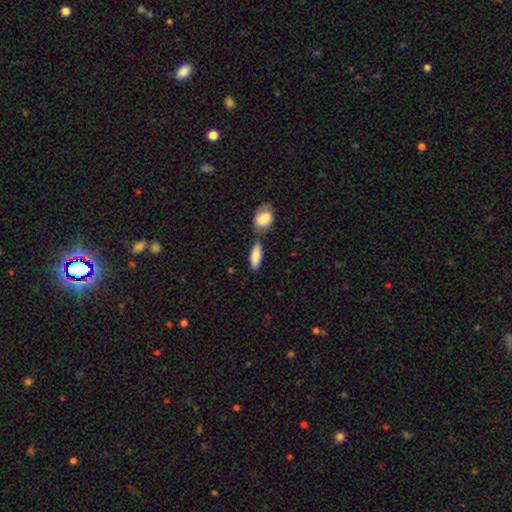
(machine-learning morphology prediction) smooth-or-featured: smooth: 84% | featured or disk: 10% | star or artifact: 6%
  how-rounded: in between: 70% | cigar-shaped: 27% | round: 3%
  merging: none: 60% | merger: 23% | minor disturbance: 13% | major disturbance: 4%